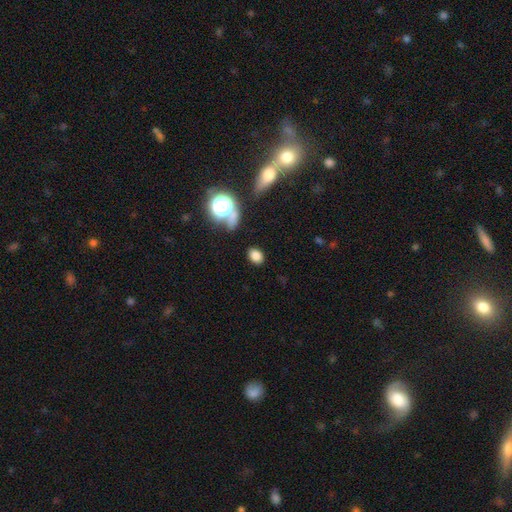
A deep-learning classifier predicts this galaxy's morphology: Smooth or featured: smooth — 80% (star or artifact — 14%)
How rounded: in between — 73% (round — 25%)
Merging: none — 85% (minor disturbance — 9%)